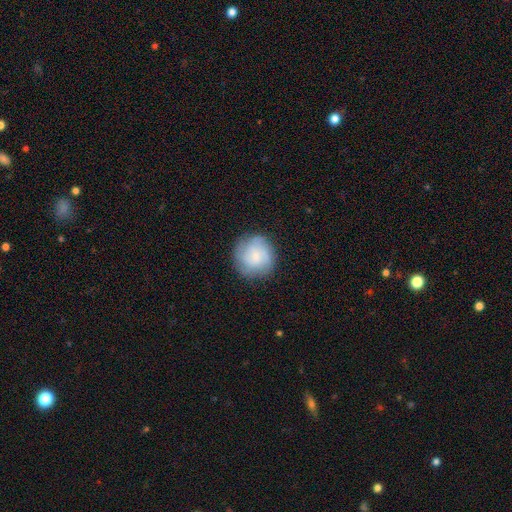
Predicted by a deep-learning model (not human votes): This is likely a smooth galaxy (61%). How rounded: clearly round (92%). Merging: clearly none (80%).